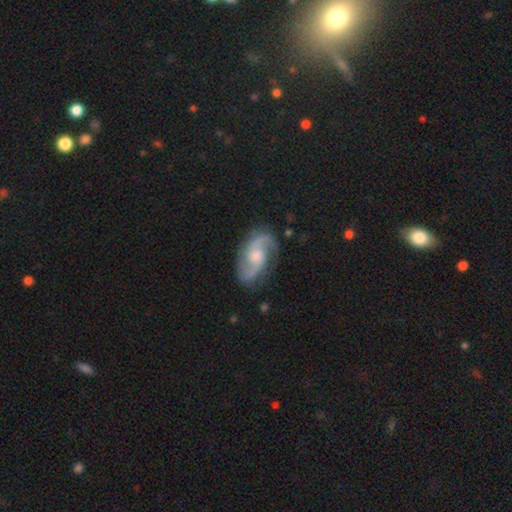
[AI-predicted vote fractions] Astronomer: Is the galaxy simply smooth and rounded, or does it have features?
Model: featured or disk — 89%.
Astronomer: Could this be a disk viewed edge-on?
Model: no — 97%.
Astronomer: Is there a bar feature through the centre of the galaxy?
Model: no — 54% (runner-up: weak, 39%).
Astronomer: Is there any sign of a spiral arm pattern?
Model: yes — 98%.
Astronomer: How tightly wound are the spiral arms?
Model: medium — 53% (runner-up: loose, 31%).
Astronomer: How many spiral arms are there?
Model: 2 — 93%.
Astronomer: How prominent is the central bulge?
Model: moderate — 56%.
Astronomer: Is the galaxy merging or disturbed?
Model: none — 81%.